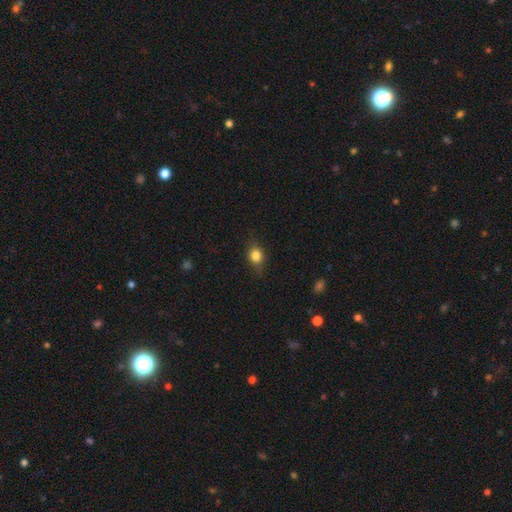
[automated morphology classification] Q: Smooth or featured?
A: smooth (80%); runner-up: star or artifact (11%)
Q: How rounded?
A: round (59%); runner-up: in between (39%)
Q: Merging?
A: none (74%); runner-up: minor disturbance (20%)